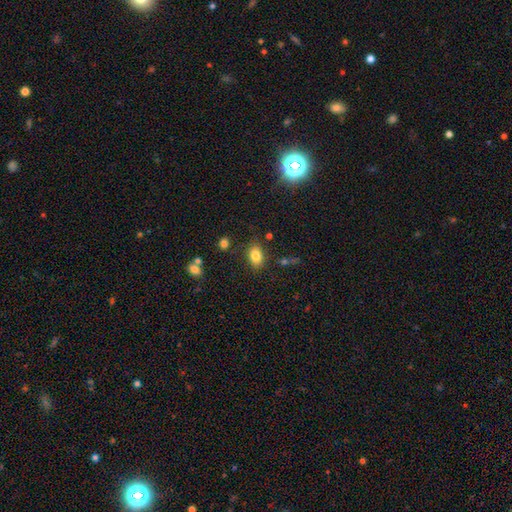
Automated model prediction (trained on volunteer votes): smooth_or_featured: smooth (p=0.83) [alt: star or artifact p=0.10]
how_rounded: in between (p=0.80) [alt: round p=0.18]
merging: none (p=0.80) [alt: minor disturbance p=0.13]